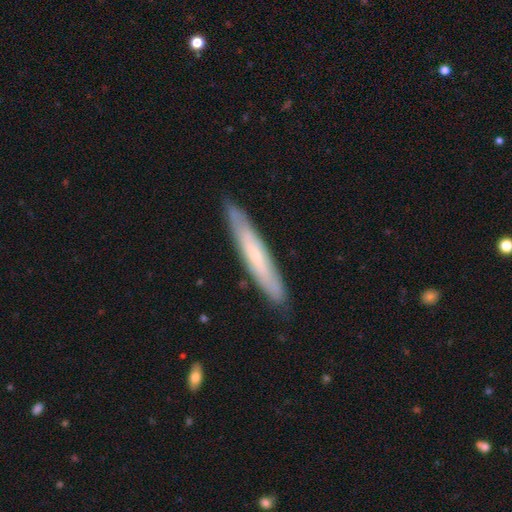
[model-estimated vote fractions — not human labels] Smooth or featured?
  - featured or disk: 52% *
  - smooth: 42%
  - star or artifact: 6%
Edge-on disk?
  - yes: 77% *
  - no: 23%
Merging?
  - none: 87% *
  - minor disturbance: 10%
  - major disturbance: 2%
  - merger: 1%